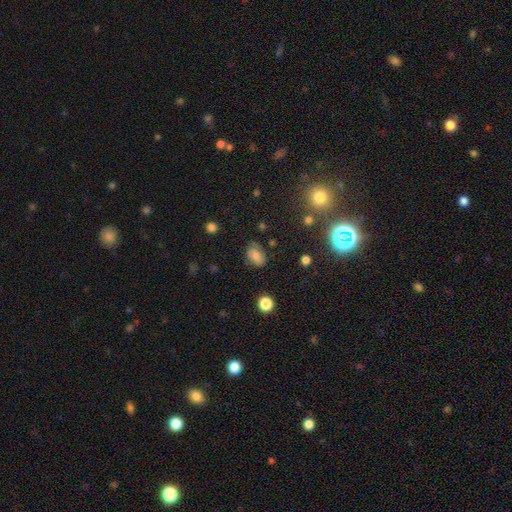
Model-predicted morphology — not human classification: Overall: smooth (68%). How rounded: in between (78%). Merging: none (69%).